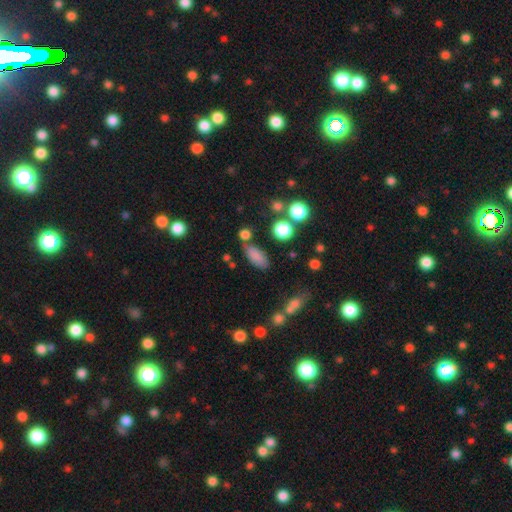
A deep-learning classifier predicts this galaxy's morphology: Smooth or featured? smooth (81%)
How rounded? in between (77%)
Merging? none (71%)